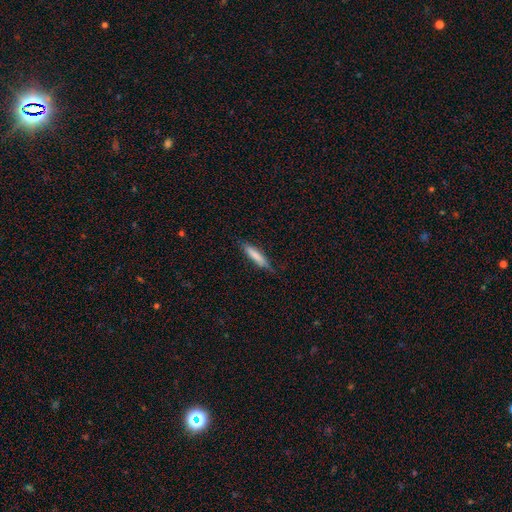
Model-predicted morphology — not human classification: smooth-or-featured: smooth: 78% | featured or disk: 16% | star or artifact: 6%
  how-rounded: cigar-shaped: 84% | in between: 14% | round: 1%
  merging: none: 74% | minor disturbance: 21% | major disturbance: 4% | merger: 1%